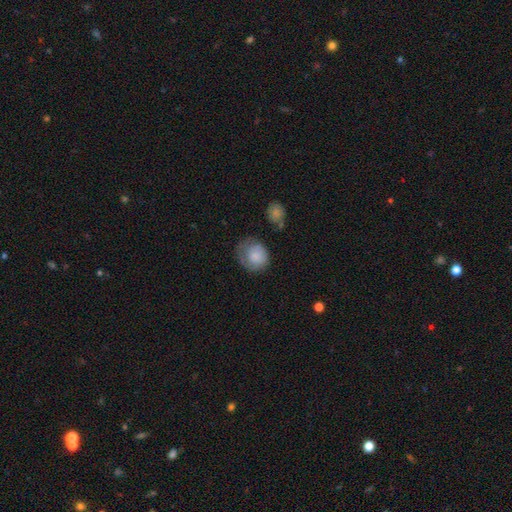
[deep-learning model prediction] Smooth or featured?
  - smooth: 78% *
  - featured or disk: 16%
  - star or artifact: 7%
How rounded?
  - round: 68% *
  - in between: 31%
  - cigar-shaped: 1%
Merging?
  - none: 49% *
  - minor disturbance: 31%
  - major disturbance: 17%
  - merger: 3%